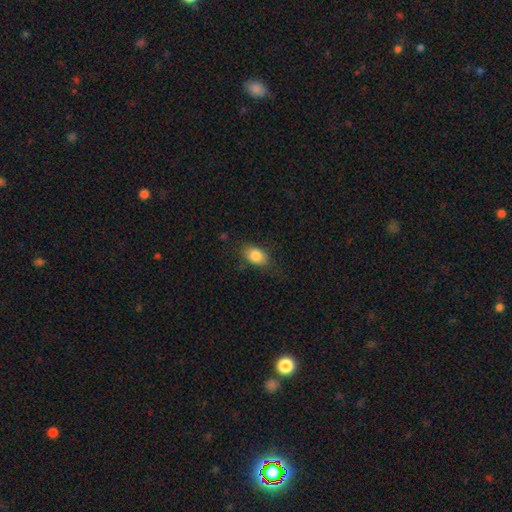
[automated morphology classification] Q: Smooth or featured?
A: smooth (85%); runner-up: star or artifact (8%)
Q: How rounded?
A: in between (82%); runner-up: round (16%)
Q: Merging?
A: none (79%); runner-up: minor disturbance (16%)